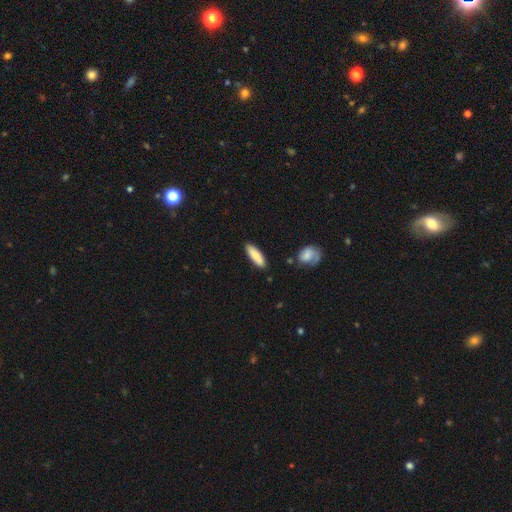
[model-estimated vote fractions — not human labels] smooth 80%, featured or disk 14%, star or artifact 6%. Down the decision tree: how rounded — cigar-shaped (52%); merging — none (84%).